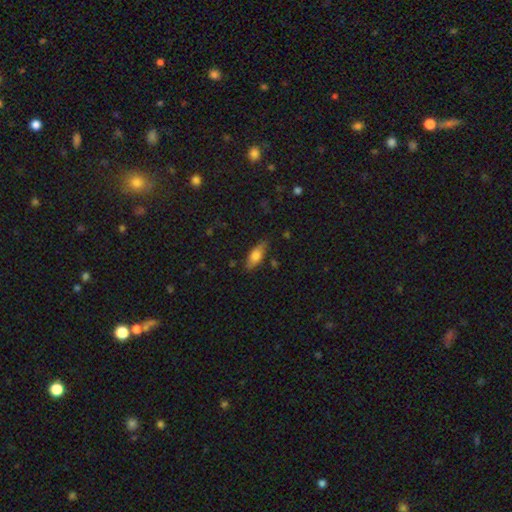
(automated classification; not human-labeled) The model was most divided on "how rounded": in between: 71%, cigar-shaped: 26%, round: 3%. More confident: merging — none (75%); smooth or featured — smooth (70%).